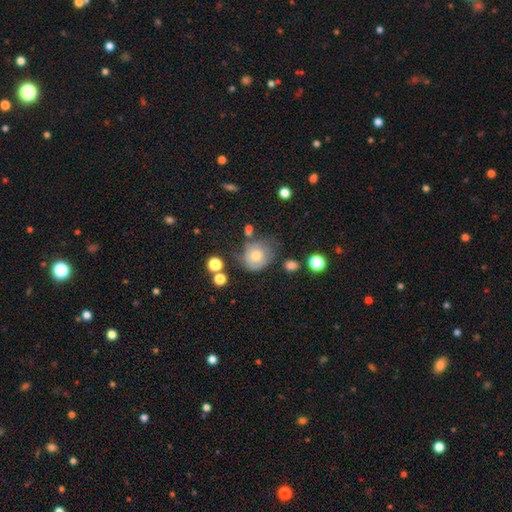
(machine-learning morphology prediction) This appears to be a smooth galaxy with no disk features (56%) that is round (77%). Merging: none (51%).